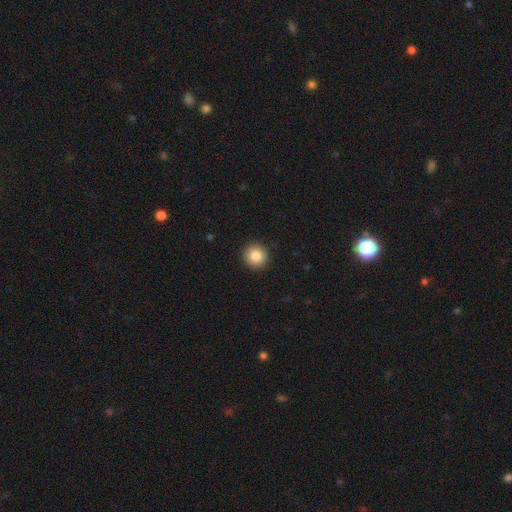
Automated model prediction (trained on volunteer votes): Overall: smooth (85%). How rounded: round (94%). Merging: none (93%).